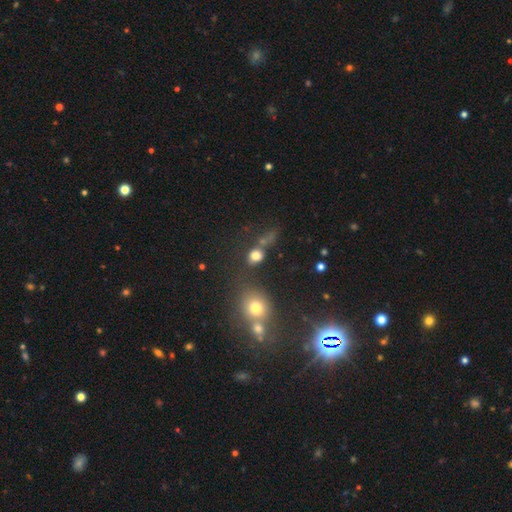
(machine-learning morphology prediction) Q: Smooth or featured?
A: smooth (75%); runner-up: star or artifact (16%)
Q: How rounded?
A: round (61%); runner-up: in between (36%)
Q: Merging?
A: none (52%); runner-up: merger (25%)